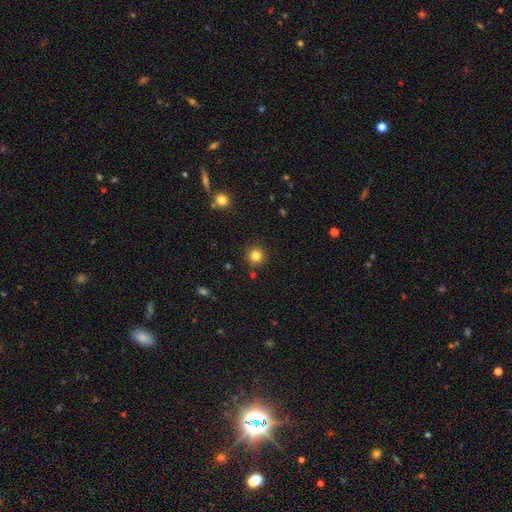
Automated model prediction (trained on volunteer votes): This appears to be a smooth galaxy with no disk features (82%) that is round (94%). Merging: none (89%).